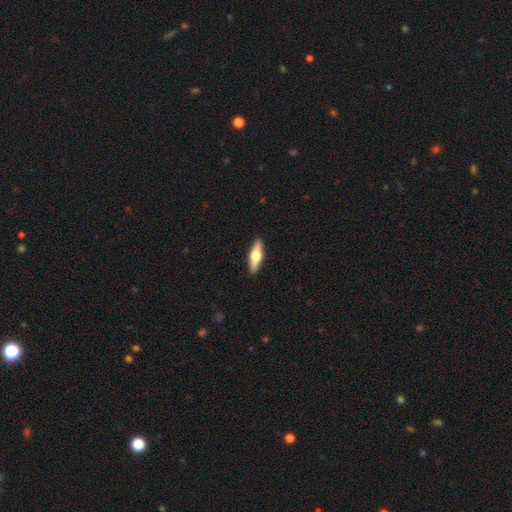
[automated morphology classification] A featured or disk galaxy (52%) viewed edge-on (94%). Merging: none (91%).